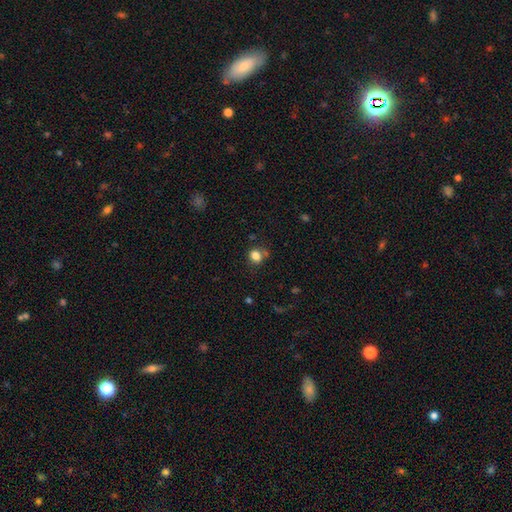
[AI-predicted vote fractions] A smooth galaxy with no disk features (81%) that is round (73%).

Vote fractions:
- Smooth or featured? smooth: 81% / star or artifact: 13% / featured or disk: 6%
- How rounded? round: 73% / in between: 26% / cigar-shaped: 1%
- Merging? none: 69% / minor disturbance: 16% / merger: 9% / major disturbance: 5%